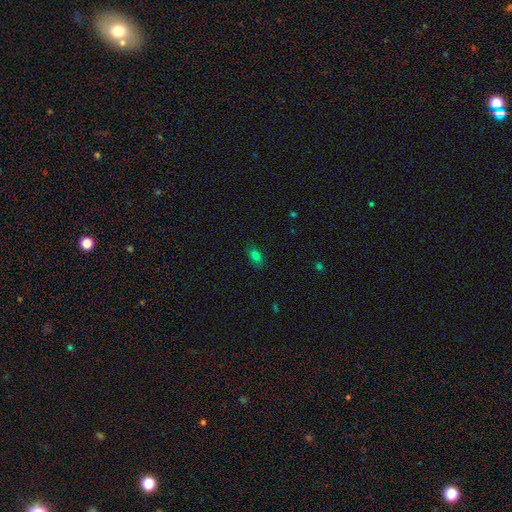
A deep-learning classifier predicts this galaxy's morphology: This appears to be a smooth galaxy with no disk features (78%) that is in between round and cigar-shaped (85%). Merging: none (83%).